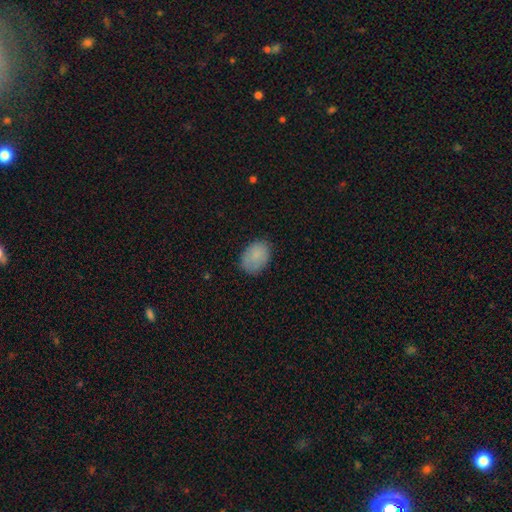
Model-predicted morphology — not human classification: smooth 85%, star or artifact 8%, featured or disk 7%. Down the decision tree: how rounded — in between (77%); merging — none (76%).